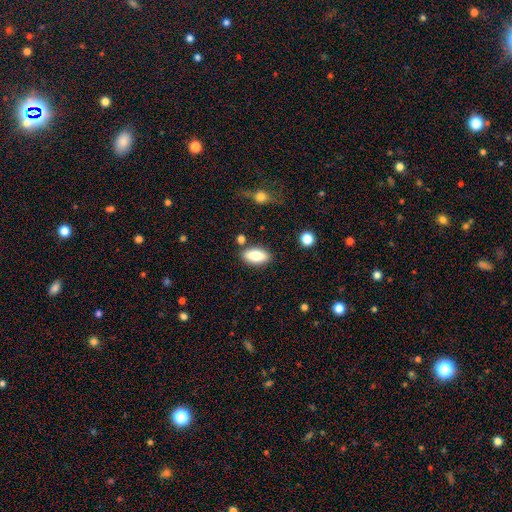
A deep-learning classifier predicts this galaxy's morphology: Overall: smooth (80%). How rounded: in between (88%). Merging: none (83%).